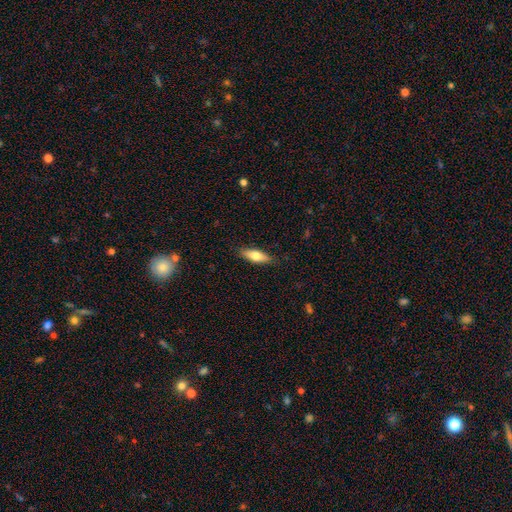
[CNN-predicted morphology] This is likely a smooth galaxy (70%). How rounded: possibly in between (60%). Merging: clearly none (87%).